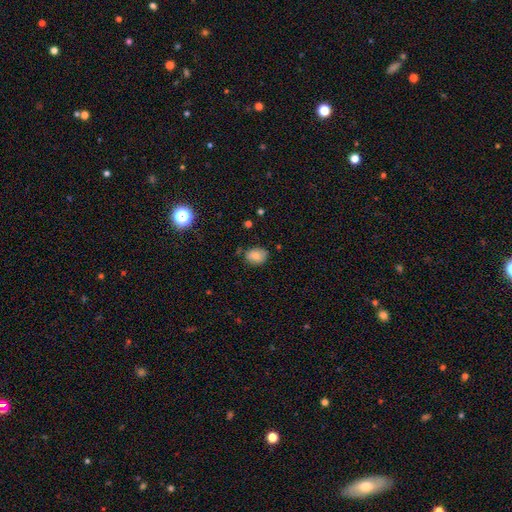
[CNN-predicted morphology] This is clearly a smooth galaxy (82%). How rounded: likely in between (65%). Merging: likely none (71%).